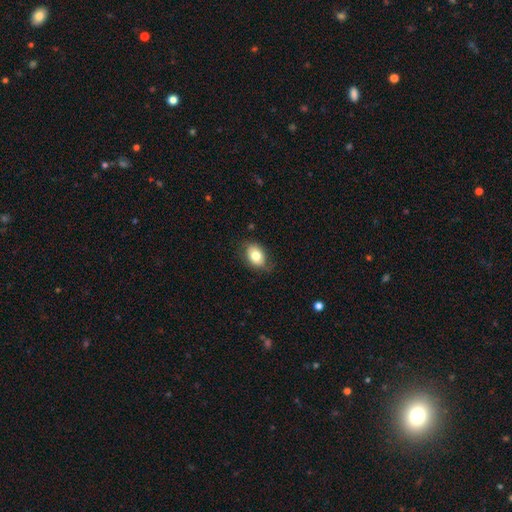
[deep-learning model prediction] smooth-or-featured: smooth: 76% | featured or disk: 16% | star or artifact: 8%
  how-rounded: in between: 80% | round: 18% | cigar-shaped: 1%
  merging: none: 74% | minor disturbance: 20% | major disturbance: 5% | merger: 1%